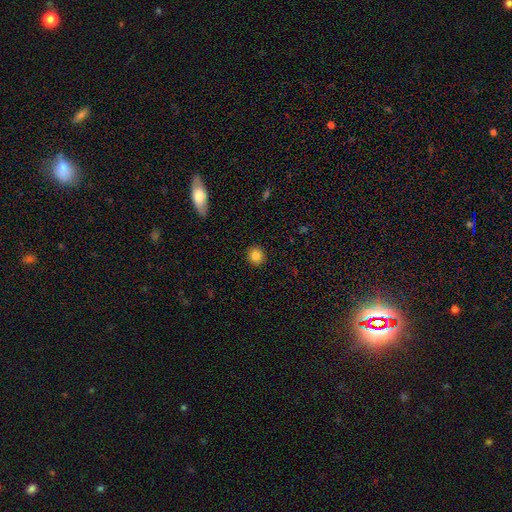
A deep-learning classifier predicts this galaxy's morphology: Q: Smooth or featured?
A: smooth (84%); runner-up: star or artifact (10%)
Q: How rounded?
A: round (88%); runner-up: in between (11%)
Q: Merging?
A: none (91%); runner-up: minor disturbance (6%)